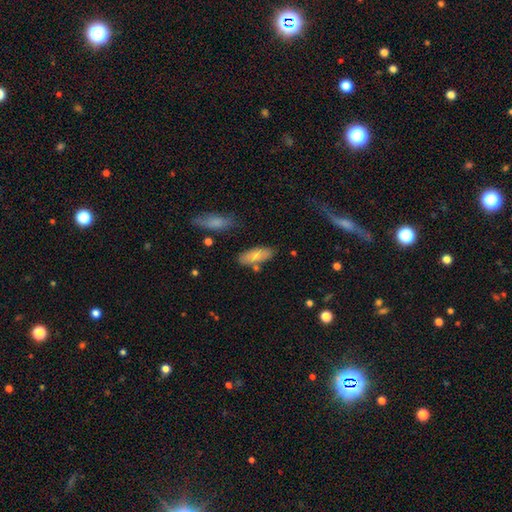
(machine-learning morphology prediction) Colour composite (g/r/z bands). It shows a smooth galaxy with no disk features (72%) that is in between round and cigar-shaped (78%). Merging: none (75%).